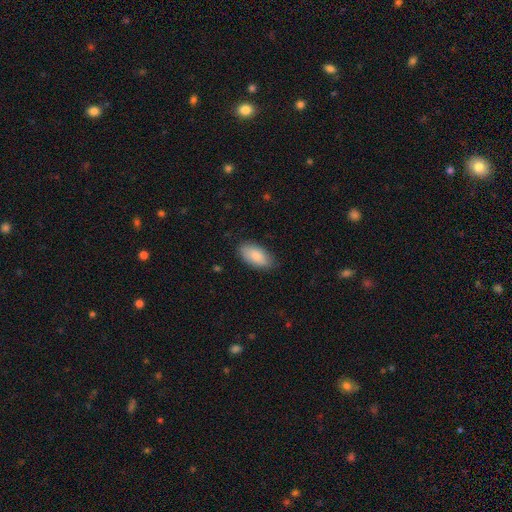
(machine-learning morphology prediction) type=smooth (87%); roundness=in between (92%); merging=none (84%).